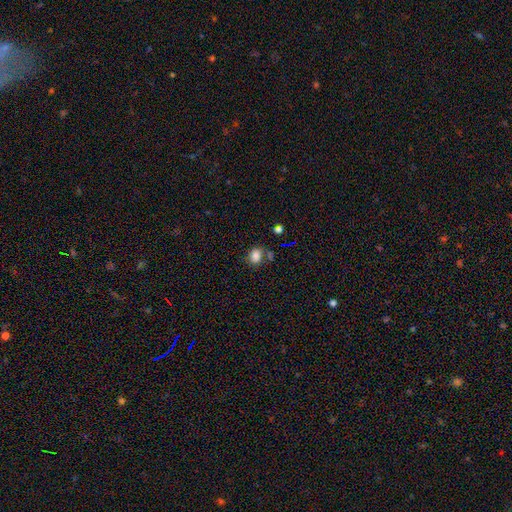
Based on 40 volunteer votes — Smooth or featured? smooth (78%)
How rounded? in between (61%)
Merging? none (60%)